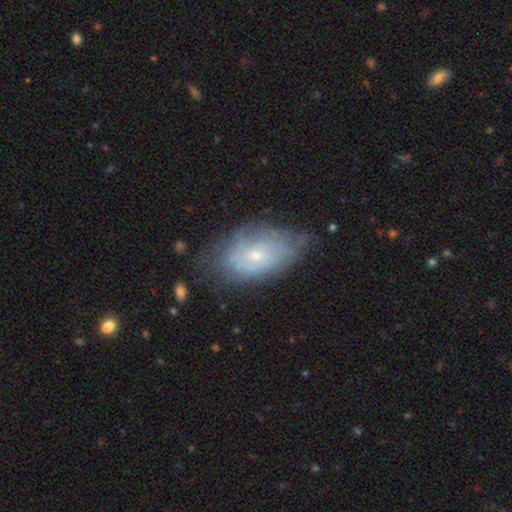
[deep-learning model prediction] A featured or disk galaxy (56%) with no bar (81%), spiral arms (56%) and a small central bulge (66%). Merging: none (53%).